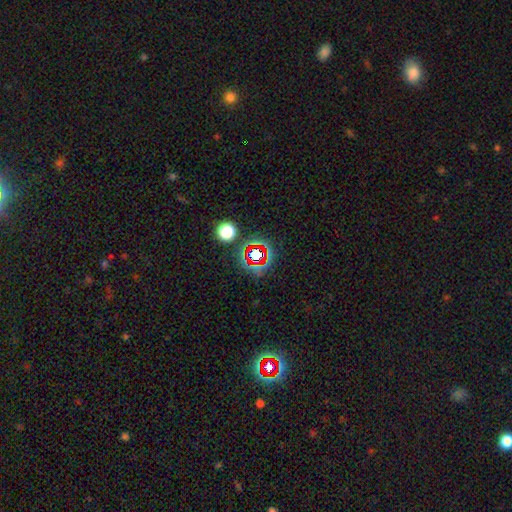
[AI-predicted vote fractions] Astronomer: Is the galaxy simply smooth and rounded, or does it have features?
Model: star or artifact — 69%.